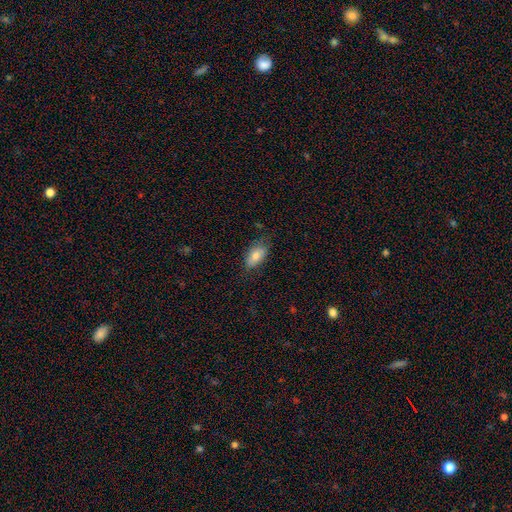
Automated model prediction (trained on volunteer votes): Smooth or featured: smooth — 78% (featured or disk — 15%)
How rounded: in between — 91% (cigar-shaped — 5%)
Merging: none — 73% (minor disturbance — 21%)